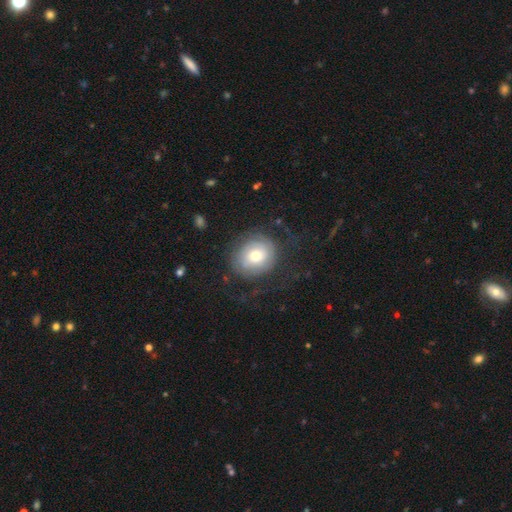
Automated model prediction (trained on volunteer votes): Morphology: type=featured or disk (51%); edge-on=no (96%); merging=none (65%).